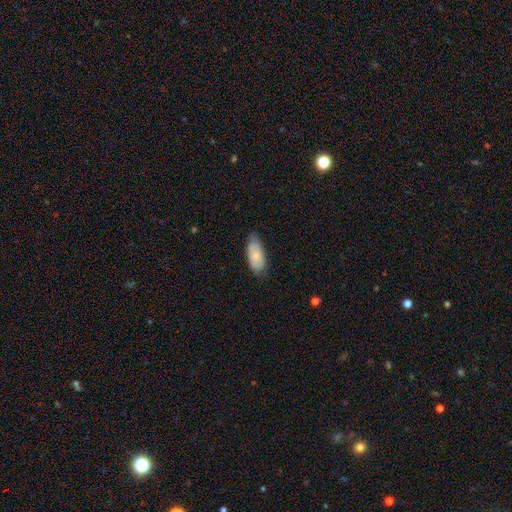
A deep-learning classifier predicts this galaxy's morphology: smooth-or-featured: smooth: 77% | featured or disk: 17% | star or artifact: 6%
  how-rounded: in between: 86% | cigar-shaped: 12% | round: 2%
  merging: none: 67% | minor disturbance: 28% | major disturbance: 4% | merger: 1%